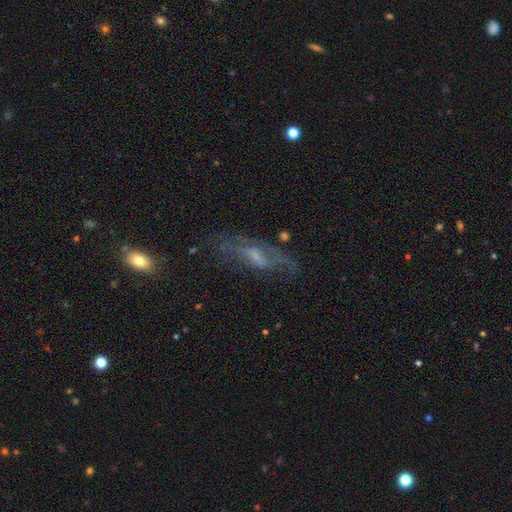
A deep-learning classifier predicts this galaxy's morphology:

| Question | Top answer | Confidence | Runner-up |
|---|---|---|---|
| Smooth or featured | featured or disk | 61% | smooth (23%) |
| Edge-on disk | no | 66% | yes (34%) |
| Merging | none | 59% | minor disturbance (22%) |